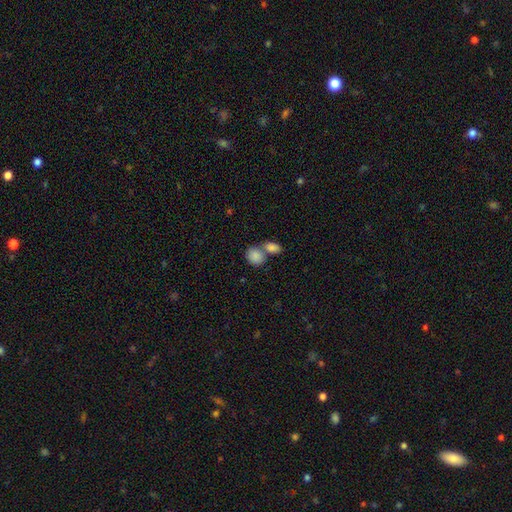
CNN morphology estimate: smooth_or_featured: smooth (p=0.87) [alt: star or artifact p=0.07]
how_rounded: round (p=0.50) [alt: in between p=0.48]
merging: merger (p=0.52) [alt: none p=0.36]